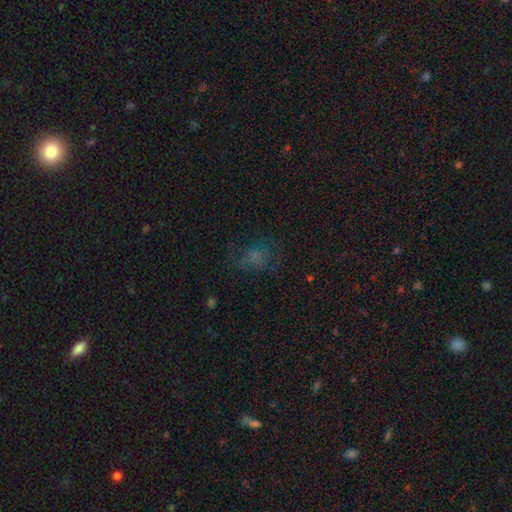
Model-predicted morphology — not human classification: Overall: smooth (55%; star or artifact 26%). How rounded: in between (52%; round 46%). Merging: none (58%; minor disturbance 21%).